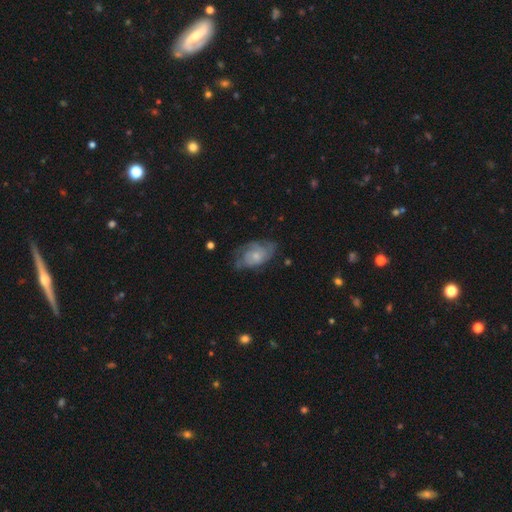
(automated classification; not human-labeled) Smooth or featured? featured or disk (61%)
Edge-on disk? no (96%)
Bar? no (76%)
Spiral arms? yes (82%)
Bulge size? small (58%)
Merging? none (52%)